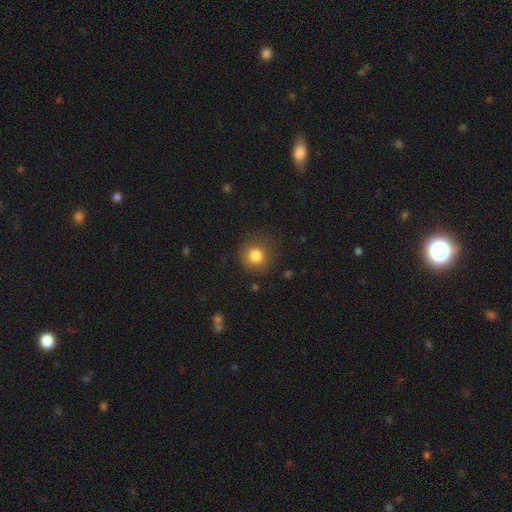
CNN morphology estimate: This is clearly a smooth galaxy (82%). How rounded: clearly round (88%). Merging: clearly none (81%).